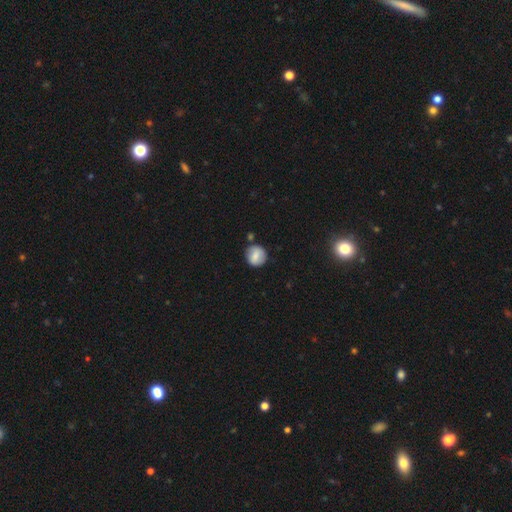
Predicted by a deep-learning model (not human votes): This is likely a smooth galaxy (75%). How rounded: clearly round (85%). Merging: likely none (76%).